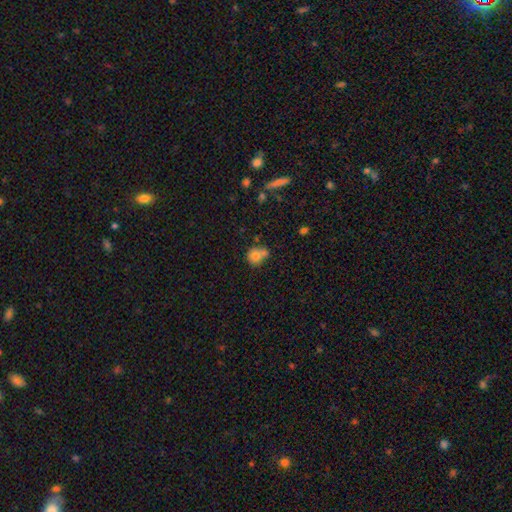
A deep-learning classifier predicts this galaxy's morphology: Overall: smooth (76%). How rounded: round (78%). Merging: none (43%; merger 35%).